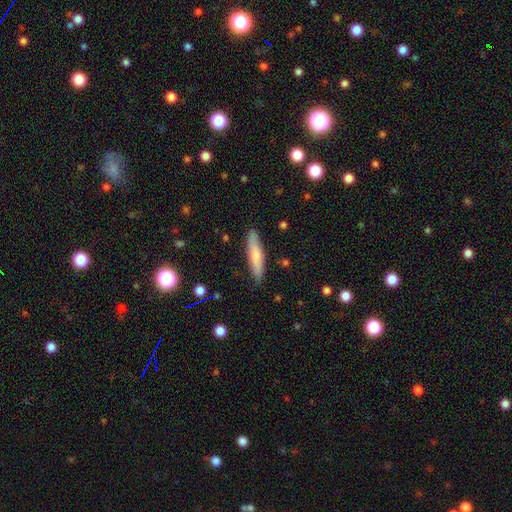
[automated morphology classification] Smooth or featured: smooth — 68% (featured or disk — 26%)
How rounded: cigar-shaped — 85% (in between — 14%)
Merging: none — 86% (minor disturbance — 10%)